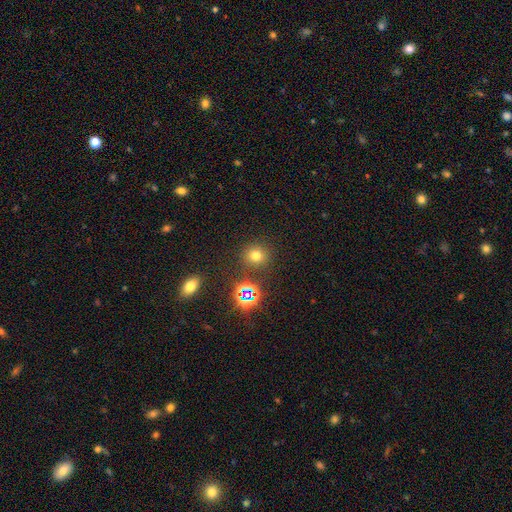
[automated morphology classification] This appears to be a smooth galaxy with no disk features (68%) that is round (87%). Merging: none (86%).